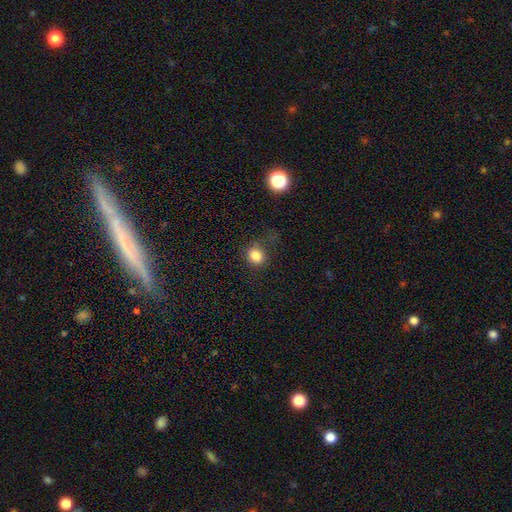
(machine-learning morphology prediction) This appears to be a smooth galaxy with no disk features (82%) that is round (70%). Merging: none (68%).